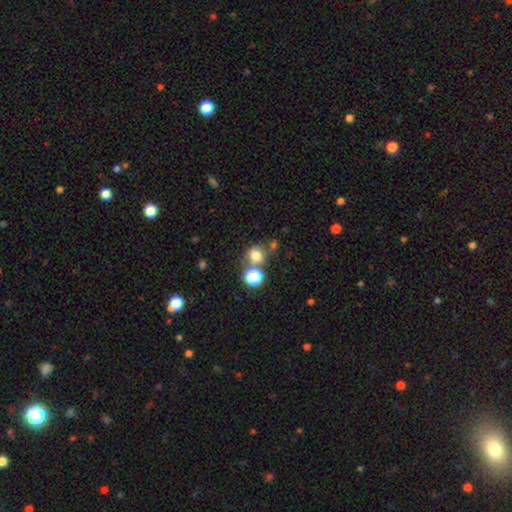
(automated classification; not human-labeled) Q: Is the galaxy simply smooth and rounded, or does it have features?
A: smooth — 71%.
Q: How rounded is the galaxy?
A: round — 71%.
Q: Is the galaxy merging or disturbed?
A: none — 57%.